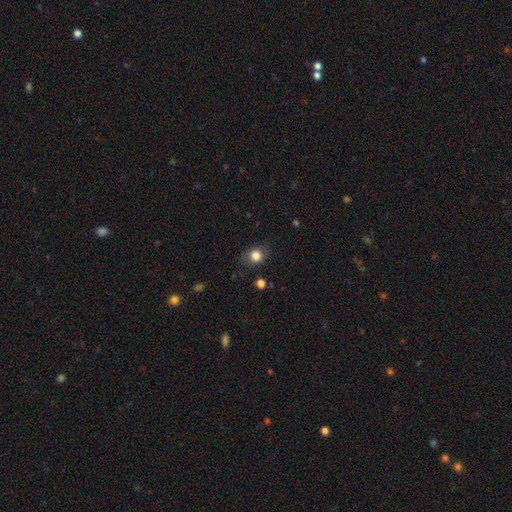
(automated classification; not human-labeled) smooth 81%, star or artifact 11%, featured or disk 8%. Down the decision tree: how rounded — round (61%); merging — none (77%).